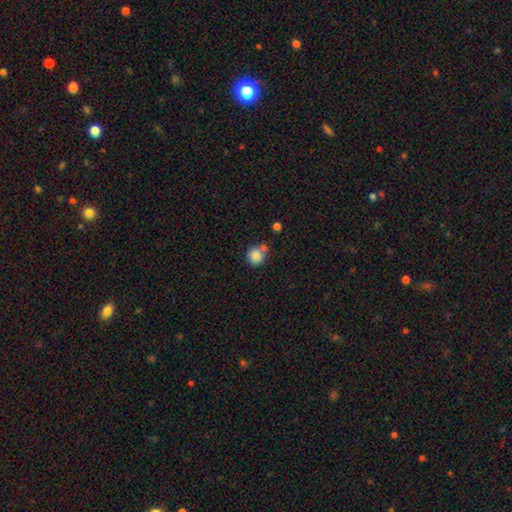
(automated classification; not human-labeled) Morphology: type=smooth (85%); roundness=round (91%); merging=none (61%).